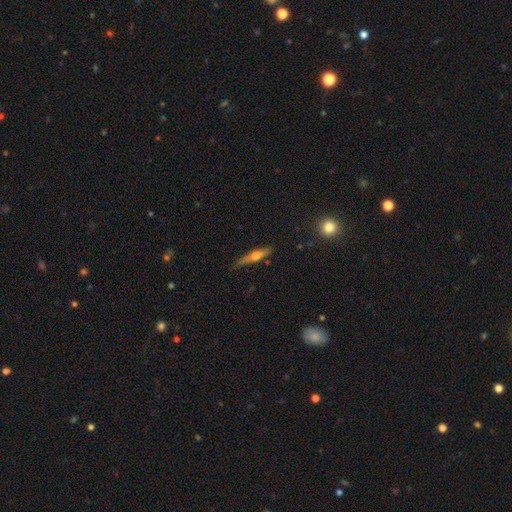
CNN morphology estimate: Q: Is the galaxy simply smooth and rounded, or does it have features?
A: featured or disk — 50%.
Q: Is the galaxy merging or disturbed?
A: none — 73%.